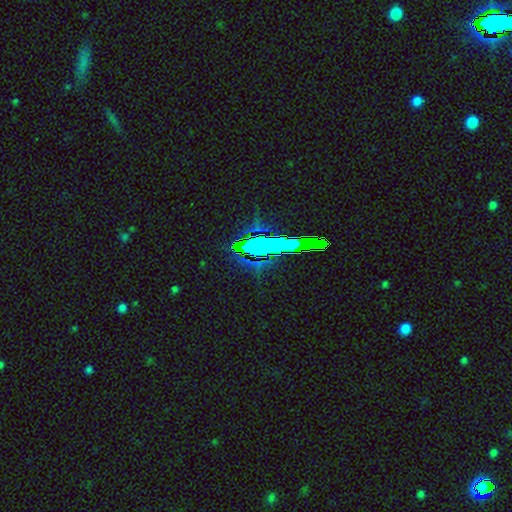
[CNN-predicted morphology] A star or artifact, not a galaxy (65%).

Vote fractions:
- Smooth or featured? star or artifact: 65% / featured or disk: 18% / smooth: 17%